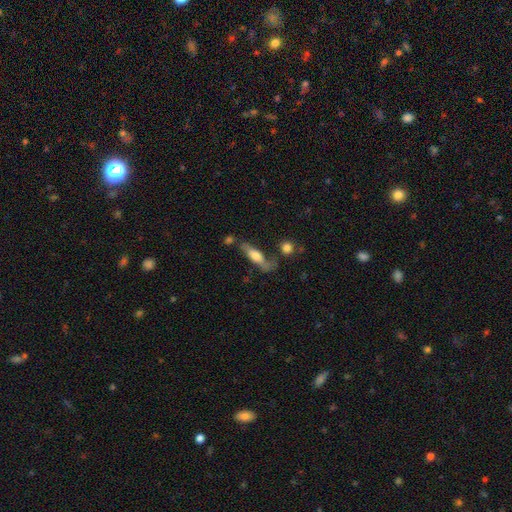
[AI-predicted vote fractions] smooth 49%, featured or disk 44%, star or artifact 7%. Down the decision tree: merging — none (52%).